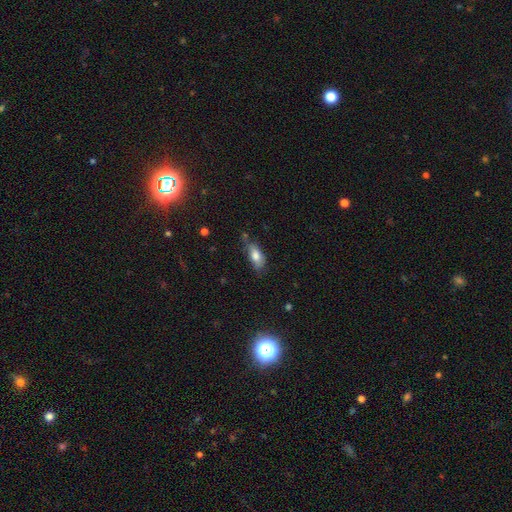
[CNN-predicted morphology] Overall: smooth (76%). How rounded: in between (83%). Merging: none (51%; minor disturbance 34%).